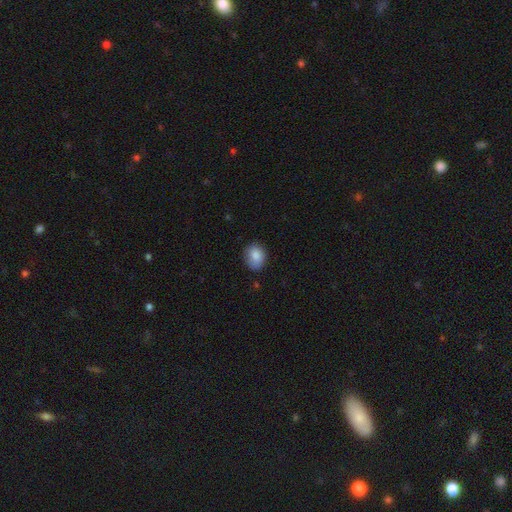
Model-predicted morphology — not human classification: Smooth or featured? smooth (86%)
How rounded? in between (52%)
Merging? none (76%)